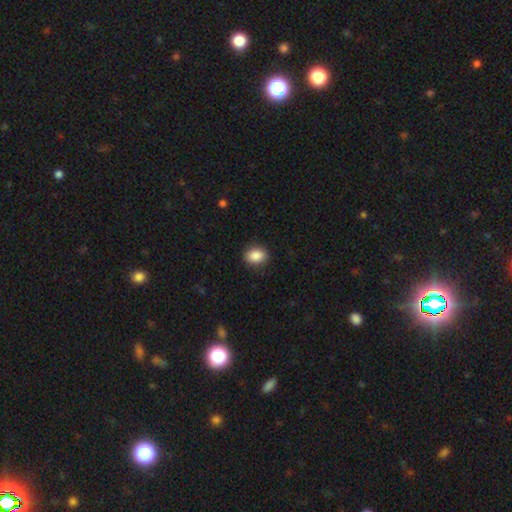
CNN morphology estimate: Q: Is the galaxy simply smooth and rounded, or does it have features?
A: smooth — 87%.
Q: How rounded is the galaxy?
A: in between — 60%.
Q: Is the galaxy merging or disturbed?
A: none — 88%.